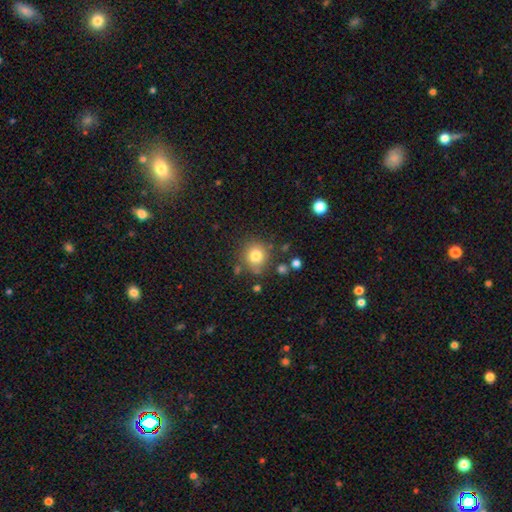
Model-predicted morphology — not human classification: This is likely a smooth galaxy (79%). How rounded: clearly round (90%). Merging: likely none (79%).